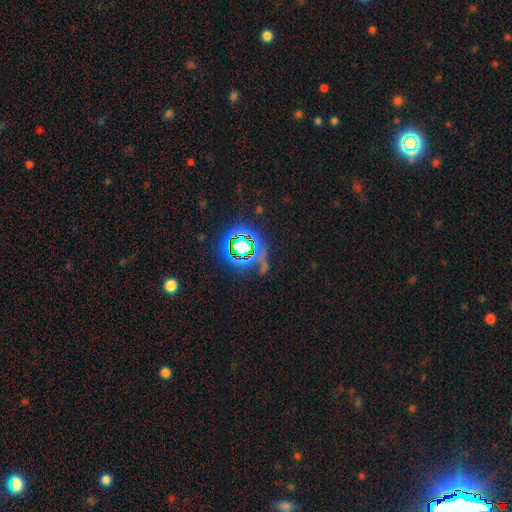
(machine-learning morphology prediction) Q: Smooth or featured?
A: star or artifact (72%); runner-up: smooth (15%)